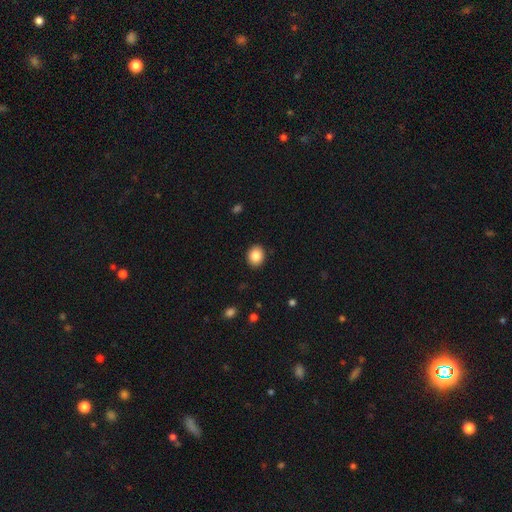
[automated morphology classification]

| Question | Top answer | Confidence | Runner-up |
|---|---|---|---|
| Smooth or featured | smooth | 86% | star or artifact (9%) |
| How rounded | round | 57% | in between (42%) |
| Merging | none | 90% | minor disturbance (7%) |